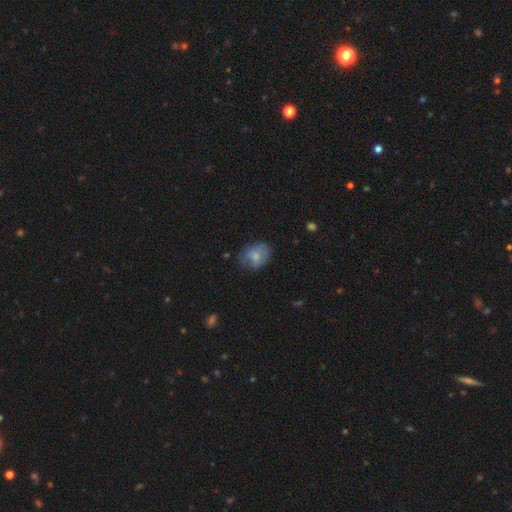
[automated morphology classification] smooth 69%, featured or disk 23%, star or artifact 8%. Down the decision tree: how rounded — in between (59%); merging — none (59%).